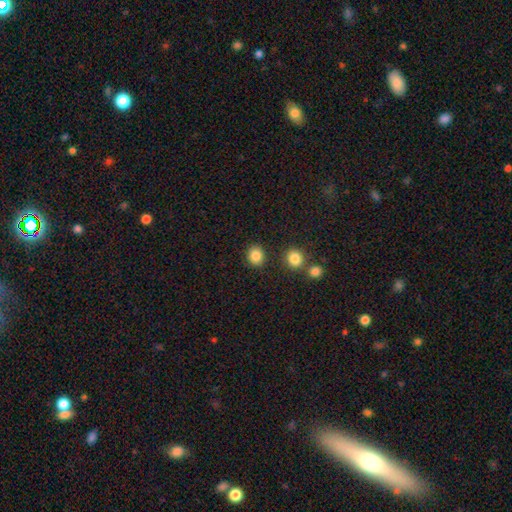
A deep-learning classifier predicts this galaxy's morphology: The model was most divided on "how rounded": round: 76%, in between: 23%, cigar-shaped: 1%. More confident: smooth or featured — smooth (86%); merging — none (86%).